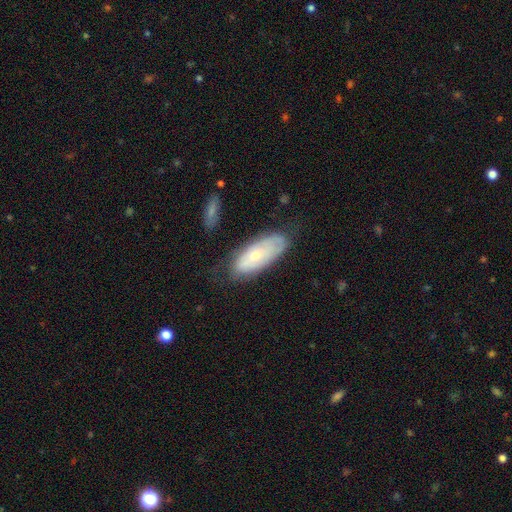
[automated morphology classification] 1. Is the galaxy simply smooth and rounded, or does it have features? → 52% smooth, 41% featured or disk, 7% star or artifact.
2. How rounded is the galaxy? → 83% in between, 15% cigar-shaped, 3% round.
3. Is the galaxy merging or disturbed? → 63% none, 26% minor disturbance, 9% major disturbance, 2% merger.